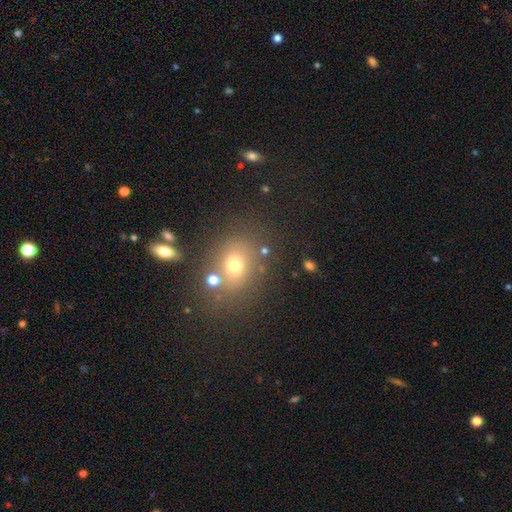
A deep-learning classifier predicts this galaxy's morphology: Smooth or featured? smooth (53%)
How rounded? round (56%)
Merging? none (70%)